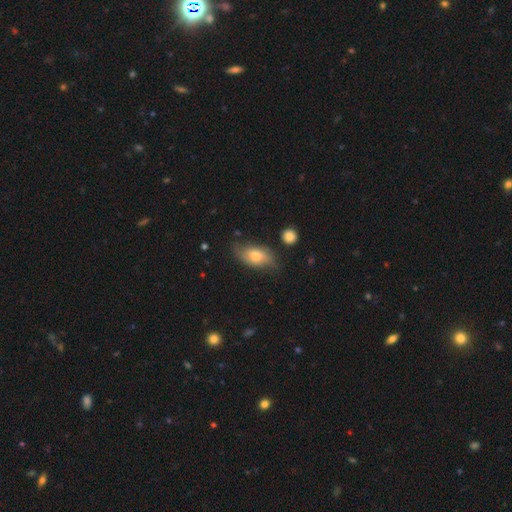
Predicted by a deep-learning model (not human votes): Q: Smooth or featured?
A: smooth (59%); runner-up: featured or disk (33%)
Q: How rounded?
A: in between (88%); runner-up: round (7%)
Q: Merging?
A: none (65%); runner-up: minor disturbance (26%)